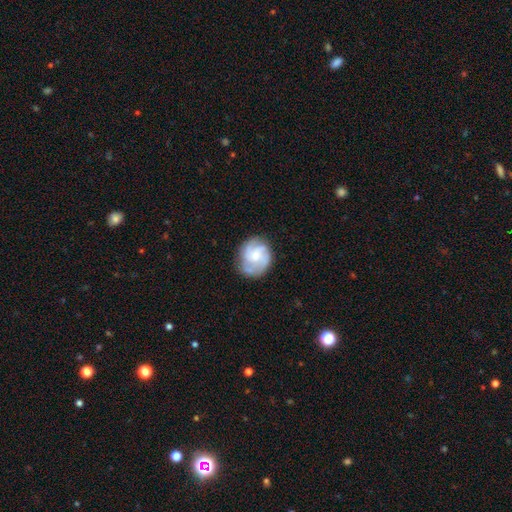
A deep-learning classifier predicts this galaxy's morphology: Smooth or featured: featured or disk — 72% (smooth — 21%)
Edge-on disk: no — 98% (yes — 2%)
Bar: no — 70% (weak — 26%)
Spiral arms: yes — 93% (no — 7%)
Spiral winding: medium — 45% (tight — 40%)
Spiral arm count: 3 — 48% (2 — 17%)
Bulge size: small — 56% (moderate — 37%)
Merging: none — 74% (minor disturbance — 18%)